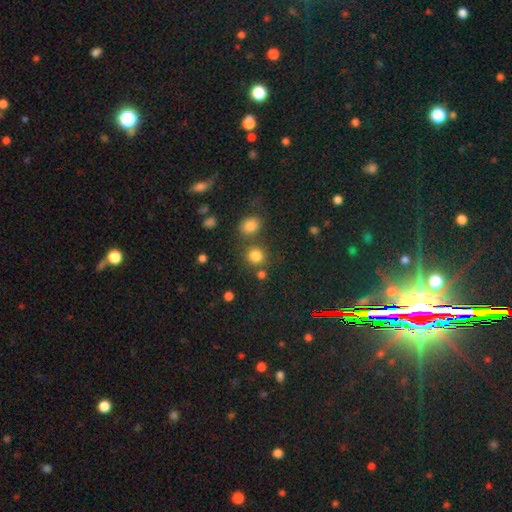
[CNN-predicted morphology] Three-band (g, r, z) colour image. It shows a smooth galaxy with no disk features (80%) that is round (87%). Merging: none (69%).